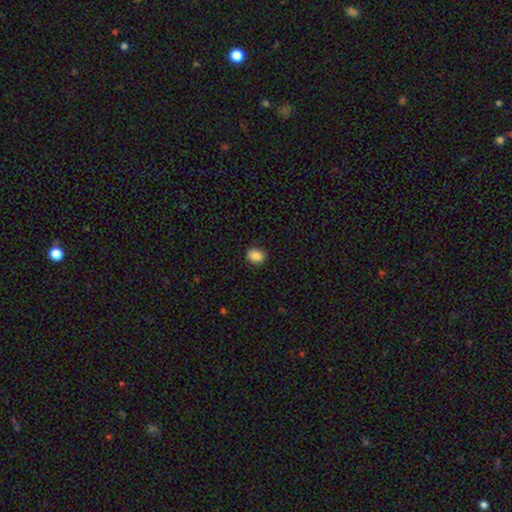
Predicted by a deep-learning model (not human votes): Q: Smooth or featured?
A: smooth (87%); runner-up: star or artifact (9%)
Q: How rounded?
A: in between (59%); runner-up: round (40%)
Q: Merging?
A: none (88%); runner-up: minor disturbance (9%)